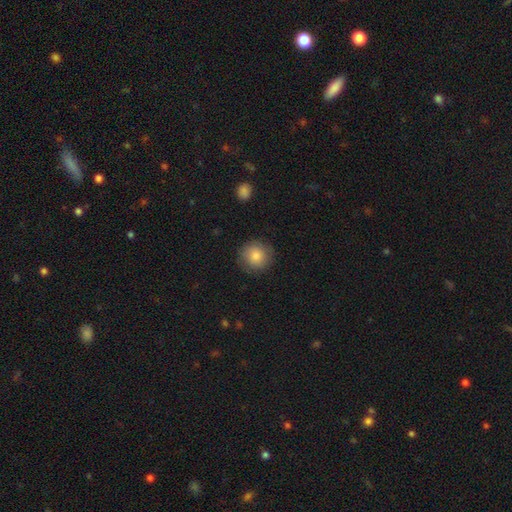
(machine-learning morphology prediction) Smooth or featured? Predicted: smooth (p=0.82). How rounded? Predicted: round (p=0.93). Merging? Predicted: none (p=0.85).